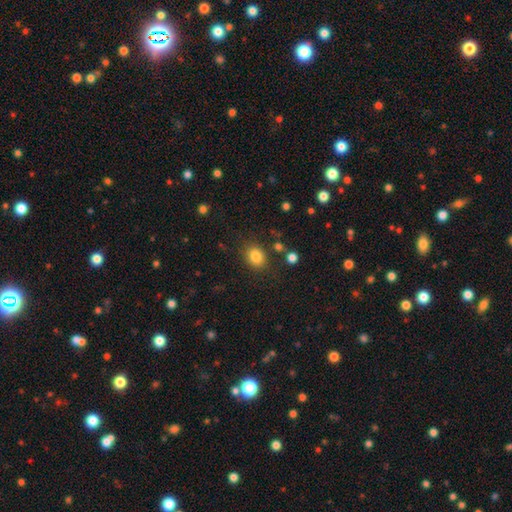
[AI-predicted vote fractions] This appears to be a smooth galaxy with no disk features (83%) that is round (50%). Merging: none (81%).